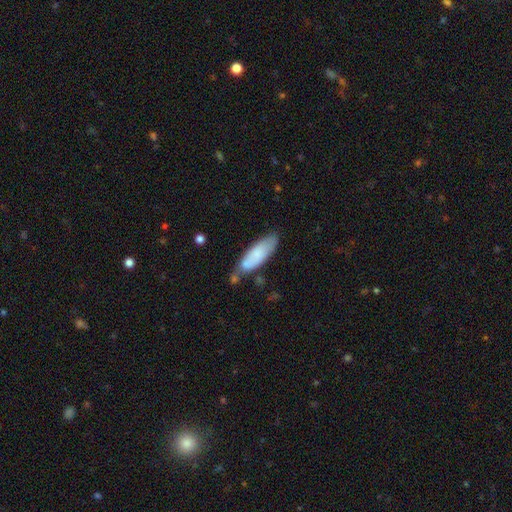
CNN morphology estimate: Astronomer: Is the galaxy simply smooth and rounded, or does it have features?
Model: smooth — 75%.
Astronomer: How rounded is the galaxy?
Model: in between — 53% (runner-up: cigar-shaped, 46%).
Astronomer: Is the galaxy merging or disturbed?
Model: none — 56%.